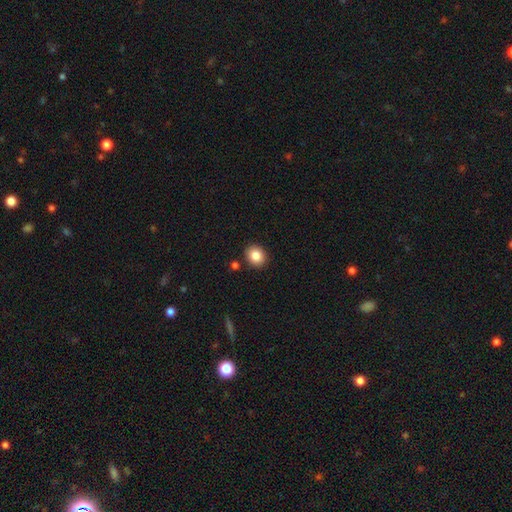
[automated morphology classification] Q: Smooth or featured?
A: smooth (85%); runner-up: star or artifact (9%)
Q: How rounded?
A: round (71%); runner-up: in between (28%)
Q: Merging?
A: none (89%); runner-up: minor disturbance (7%)